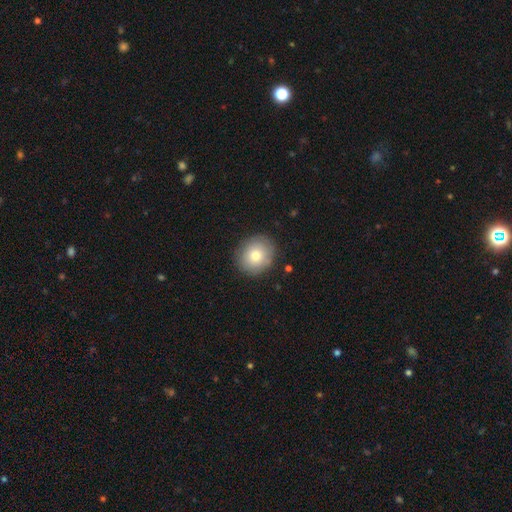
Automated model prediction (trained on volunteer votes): smooth 77%, featured or disk 14%, star or artifact 9%. Down the decision tree: how rounded — round (79%); merging — none (86%).